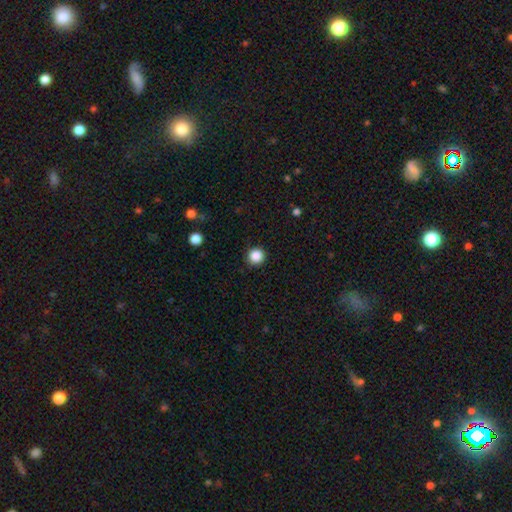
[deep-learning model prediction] Smooth or featured? smooth (87%)
How rounded? round (94%)
Merging? none (92%)